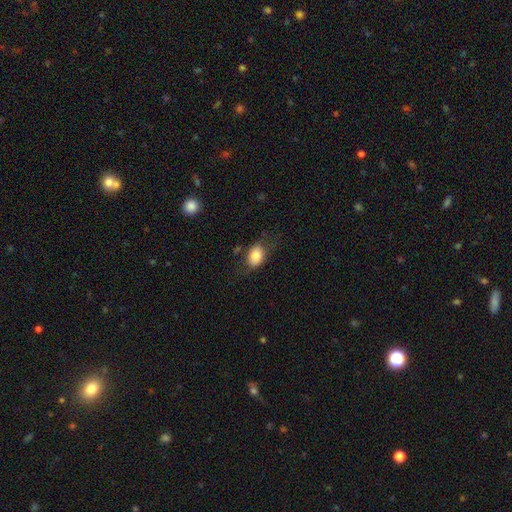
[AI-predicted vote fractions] Smooth or featured: smooth — 81% (featured or disk — 11%)
How rounded: in between — 77% (round — 22%)
Merging: none — 66% (minor disturbance — 22%)